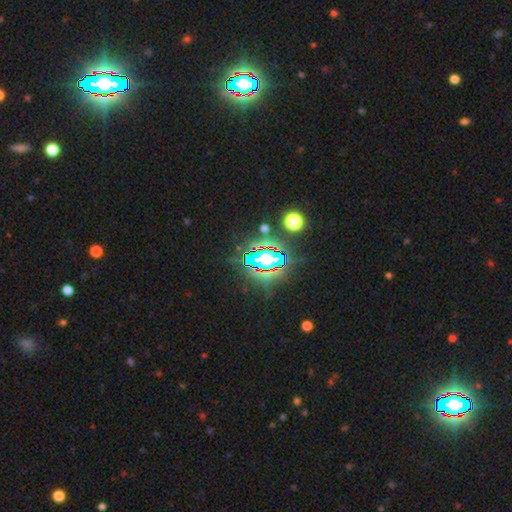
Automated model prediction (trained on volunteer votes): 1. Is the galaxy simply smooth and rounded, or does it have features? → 85% star or artifact, 8% smooth, 7% featured or disk.